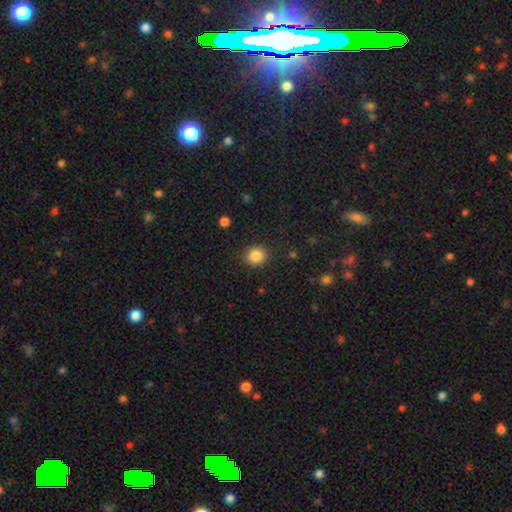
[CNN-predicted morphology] type=smooth (86%); roundness=round (79%); merging=none (88%).